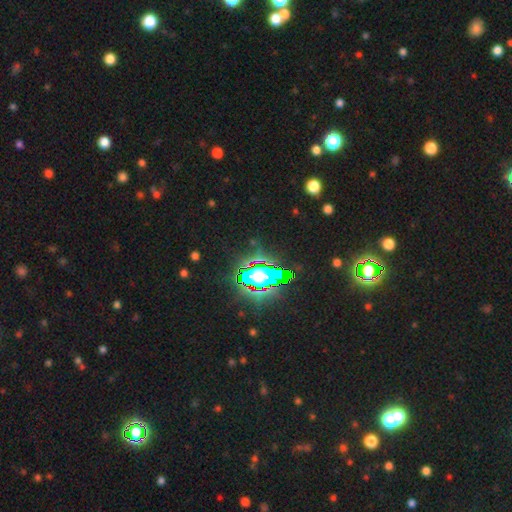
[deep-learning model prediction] Smooth or featured: star or artifact — 84% (smooth — 9%)